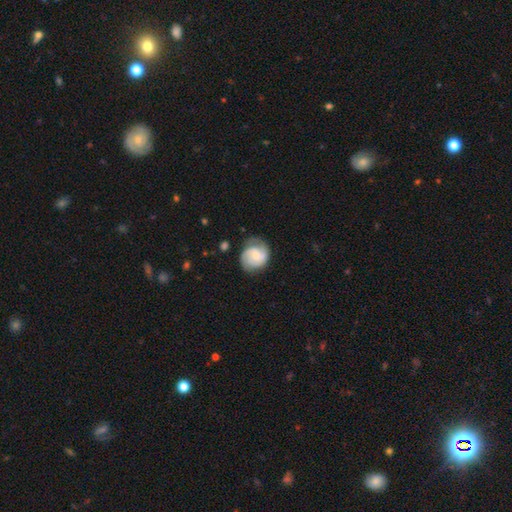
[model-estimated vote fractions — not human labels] A featured or disk galaxy (67%) with no bar (57%), 2 (68%) tight (45%) spiral arms (93%) and a small central bulge (50%). Merging: none (67%).